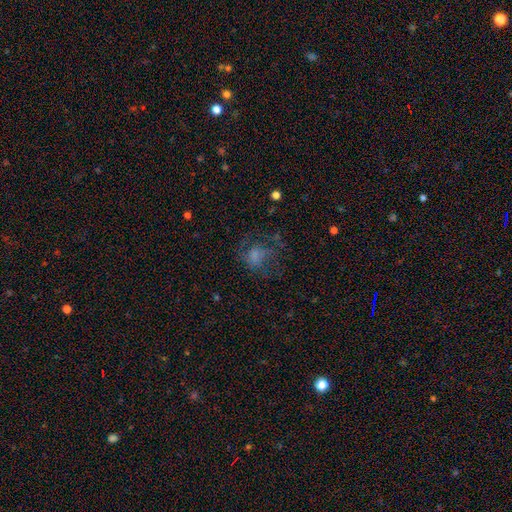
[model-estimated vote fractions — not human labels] This appears to be a smooth galaxy with no disk features (49%). Merging: none (45%).